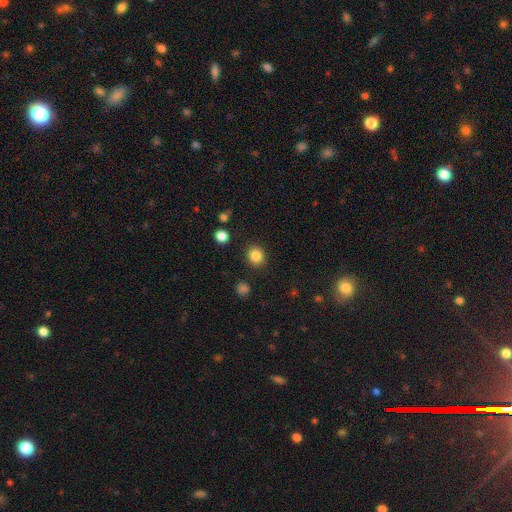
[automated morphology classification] Overall: smooth (85%). How rounded: round (85%). Merging: none (90%).